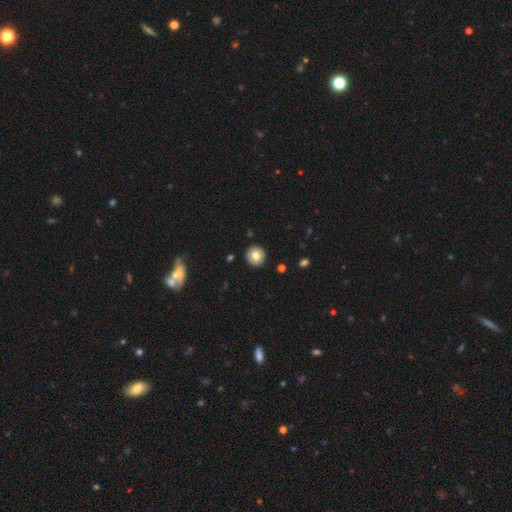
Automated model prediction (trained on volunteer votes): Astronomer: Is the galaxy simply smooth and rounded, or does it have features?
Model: smooth — 72%.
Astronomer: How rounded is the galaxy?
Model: round — 92%.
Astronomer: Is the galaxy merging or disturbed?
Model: none — 91%.